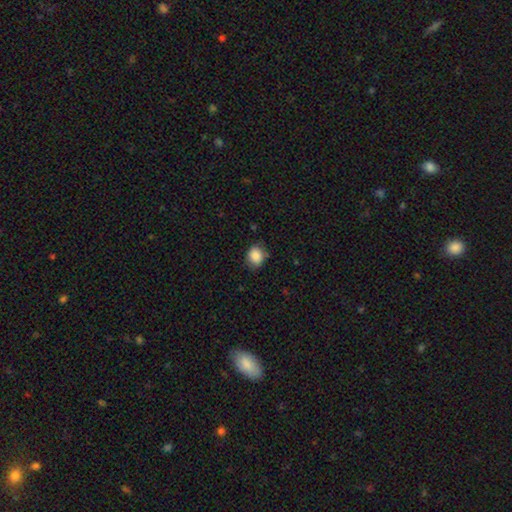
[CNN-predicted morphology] smooth 87%, star or artifact 9%, featured or disk 5%. Down the decision tree: how rounded — round (56%); merging — none (72%).